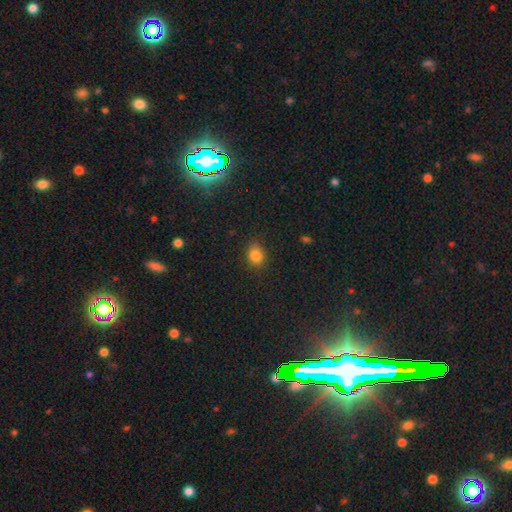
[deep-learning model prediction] Smooth or featured?
  - smooth: 83% *
  - star or artifact: 12%
  - featured or disk: 5%
How rounded?
  - in between: 50% *
  - round: 49%
  - cigar-shaped: 1%
Merging?
  - none: 83% *
  - minor disturbance: 13%
  - major disturbance: 3%
  - merger: 1%